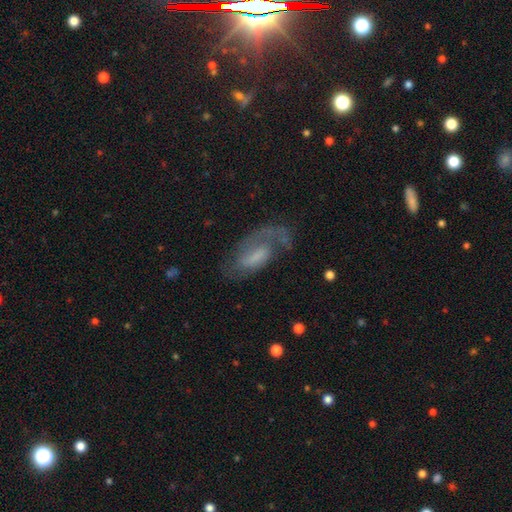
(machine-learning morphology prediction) This is likely a featured or disk galaxy (65%). It is clearly not viewed edge-on (94%). Bar: marginally weak (44%). Spiral arm pattern: clearly yes (84%). Spiral arm count: possibly 1 (51%). Spiral winding: marginally medium (44%). Central bulge: marginally none (35%). Merging: possibly none (51%).